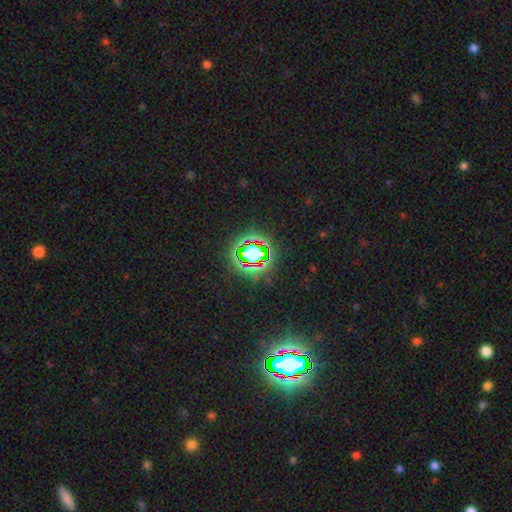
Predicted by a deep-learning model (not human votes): star or artifact 74%, smooth 16%, featured or disk 10%.